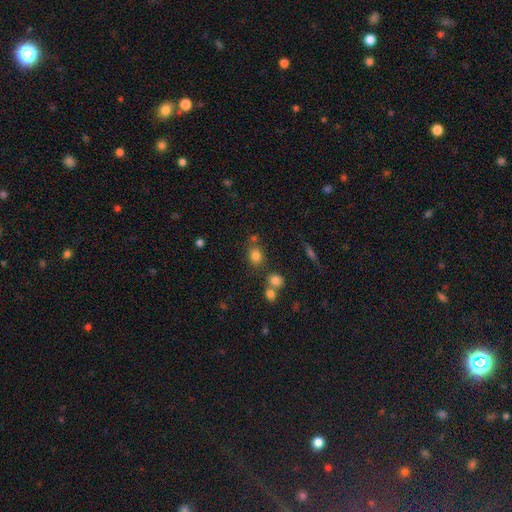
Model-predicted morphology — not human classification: Smooth or featured? smooth (79%)
How rounded? round (52%)
Merging? none (66%)